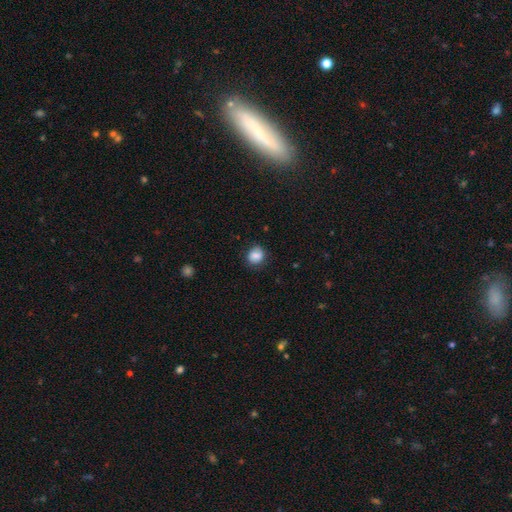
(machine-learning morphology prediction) Smooth or featured? Predicted: smooth (p=0.83). How rounded? Predicted: round (p=0.69). Merging? Predicted: none (p=0.78).